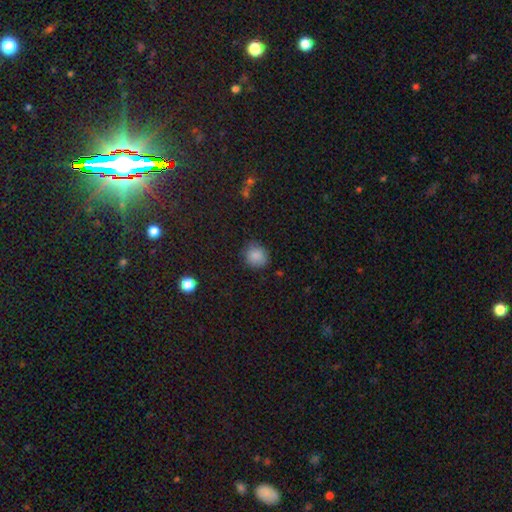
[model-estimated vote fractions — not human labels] smooth-or-featured: smooth: 86% | star or artifact: 10% | featured or disk: 5%
  how-rounded: round: 85% | in between: 14% | cigar-shaped: 1%
  merging: none: 81% | minor disturbance: 14% | major disturbance: 4% | merger: 1%